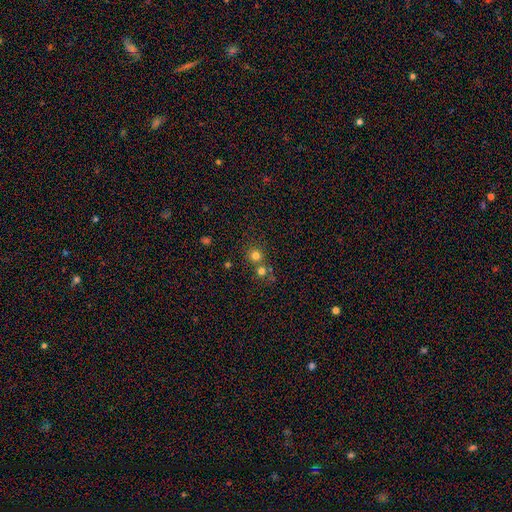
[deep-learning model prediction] A smooth galaxy with no disk features (74%) that is round (91%). Merging: none (64%).